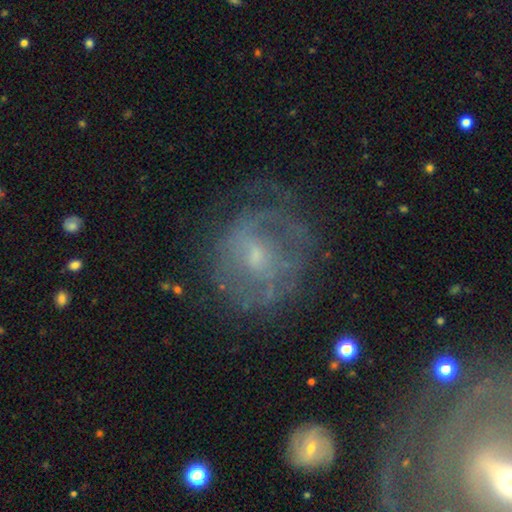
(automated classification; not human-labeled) This appears to be a featured or disk galaxy (68%) with no bar (46%), spiral arms (64%) and a small central bulge (66%). Merging: none (60%).